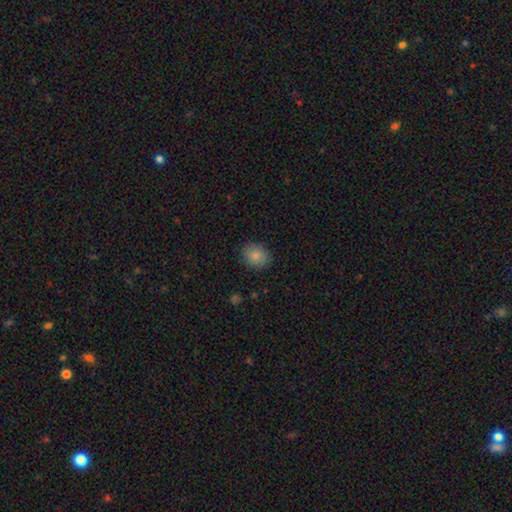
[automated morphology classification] Smooth or featured: smooth — 85% (star or artifact — 9%)
How rounded: round — 56% (in between — 43%)
Merging: none — 87% (minor disturbance — 9%)